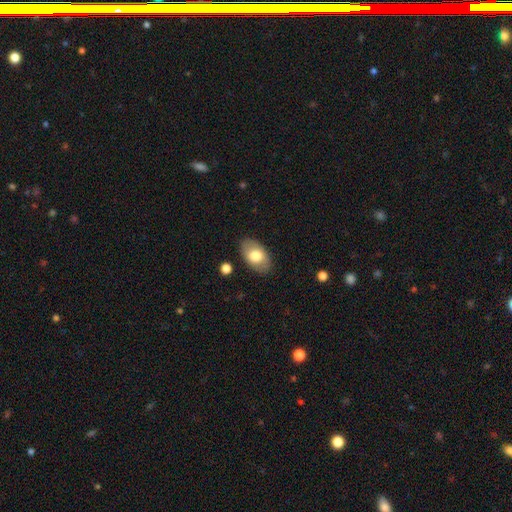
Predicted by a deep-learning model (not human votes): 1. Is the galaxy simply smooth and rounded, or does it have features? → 72% smooth, 22% featured or disk, 6% star or artifact.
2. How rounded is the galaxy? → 92% in between, 6% round, 1% cigar-shaped.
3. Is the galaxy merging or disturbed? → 86% none, 10% minor disturbance, 3% major disturbance, 1% merger.